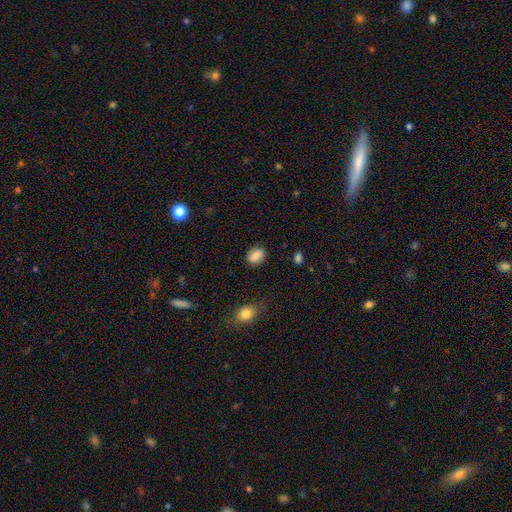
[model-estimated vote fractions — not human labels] Q: Smooth or featured?
A: smooth (83%); runner-up: star or artifact (8%)
Q: How rounded?
A: in between (69%); runner-up: round (29%)
Q: Merging?
A: none (81%); runner-up: minor disturbance (14%)